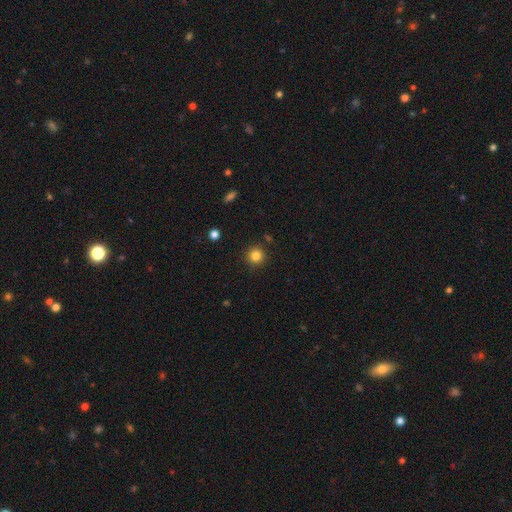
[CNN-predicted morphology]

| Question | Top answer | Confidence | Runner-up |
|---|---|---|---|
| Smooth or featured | smooth | 83% | star or artifact (12%) |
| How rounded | round | 94% | in between (5%) |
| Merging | none | 89% | minor disturbance (6%) |